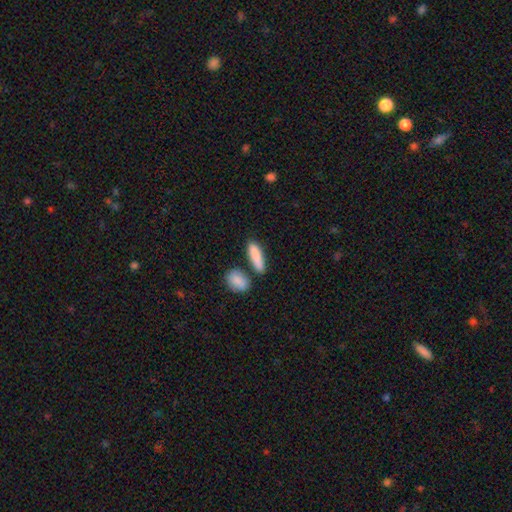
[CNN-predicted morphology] Smooth or featured?
  - smooth: 87% *
  - featured or disk: 7%
  - star or artifact: 6%
How rounded?
  - cigar-shaped: 48% * (tied)
  - in between: 48% * (tied)
  - round: 4%
Merging?
  - none: 69% *
  - merger: 14%
  - minor disturbance: 14%
  - major disturbance: 4%